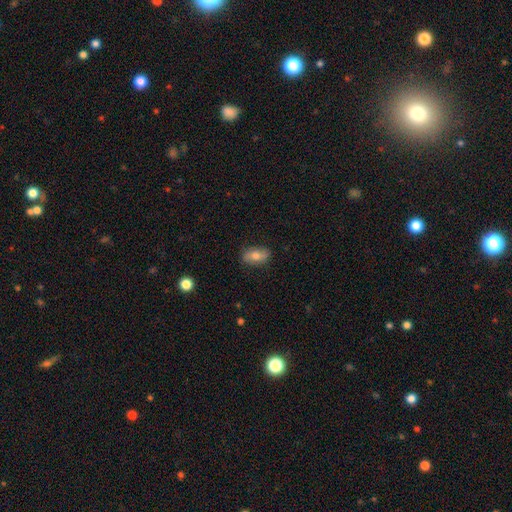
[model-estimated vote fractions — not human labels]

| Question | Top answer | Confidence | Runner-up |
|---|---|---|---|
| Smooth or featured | smooth | 67% | featured or disk (25%) |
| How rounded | in between | 86% | cigar-shaped (7%) |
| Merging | none | 83% | minor disturbance (13%) |